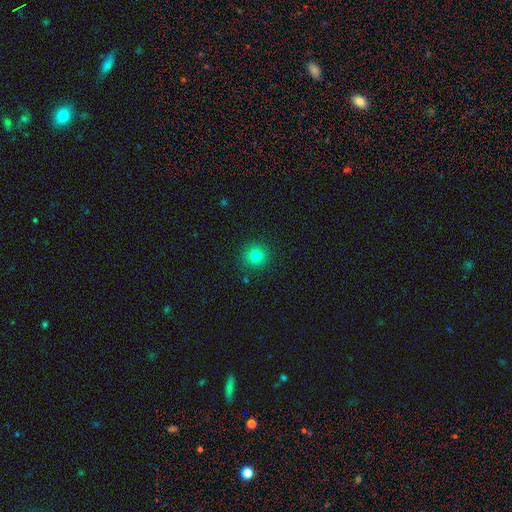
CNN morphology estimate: Smooth or featured? smooth (79%)
How rounded? round (94%)
Merging? none (90%)